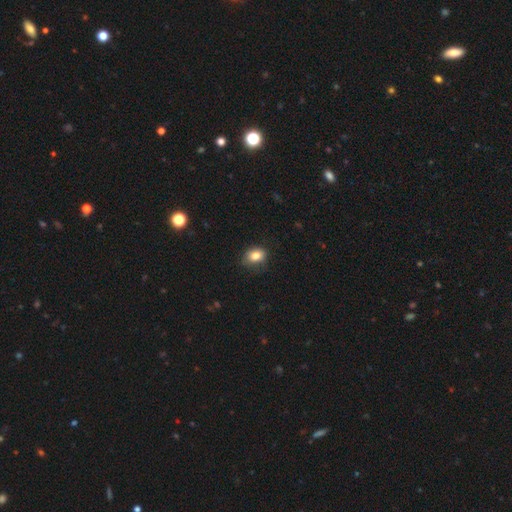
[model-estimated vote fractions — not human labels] A smooth galaxy with no disk features (81%) that is in between round and cigar-shaped (60%).

Vote fractions:
- Smooth or featured? smooth: 81% / star or artifact: 10% / featured or disk: 9%
- How rounded? in between: 60% / round: 39% / cigar-shaped: 1%
- Merging? none: 74% / minor disturbance: 20% / major disturbance: 4% / merger: 1%